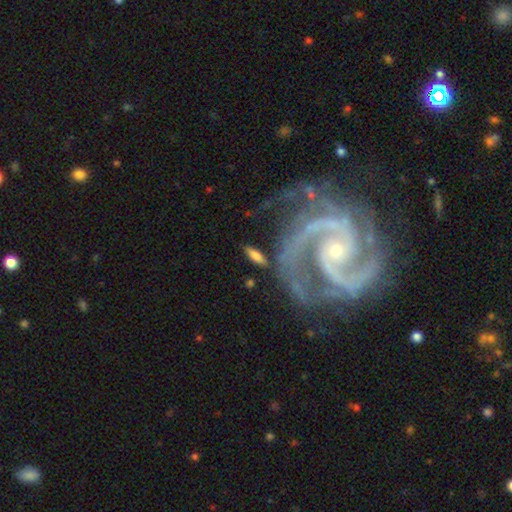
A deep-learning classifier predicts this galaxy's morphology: A smooth galaxy with no disk features (68%) that is in between round and cigar-shaped (63%).

Vote fractions:
- Smooth or featured? smooth: 68% / featured or disk: 25% / star or artifact: 7%
- How rounded? in between: 63% / cigar-shaped: 33% / round: 4%
- Merging? none: 76% / minor disturbance: 13% / major disturbance: 6% / merger: 6%